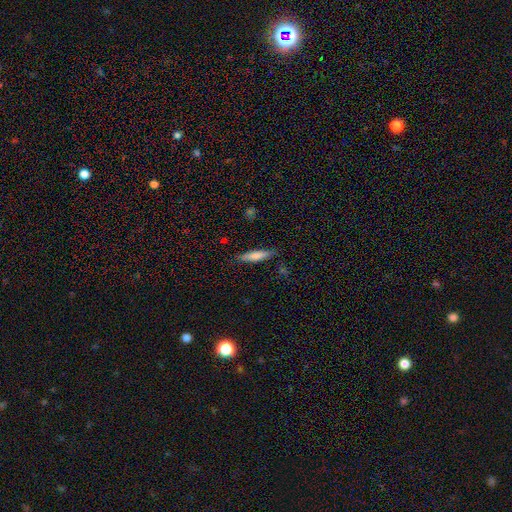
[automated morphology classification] smooth_or_featured: smooth (p=0.74) [alt: featured or disk p=0.20]
how_rounded: cigar-shaped (p=0.79) [alt: in between p=0.20]
merging: none (p=0.84) [alt: minor disturbance p=0.12]